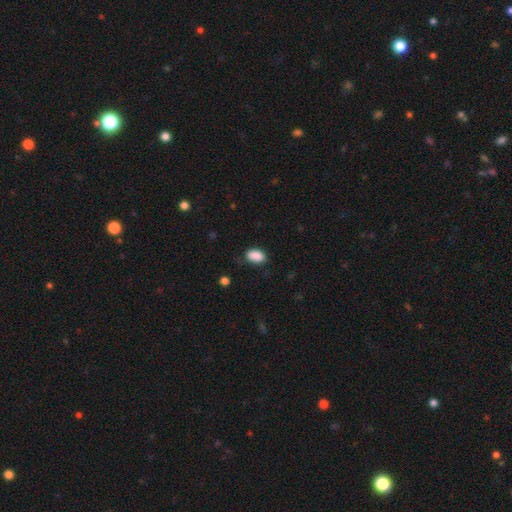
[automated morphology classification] smooth-or-featured: smooth: 88% | star or artifact: 7% | featured or disk: 4%
  how-rounded: in between: 91% | round: 7% | cigar-shaped: 2%
  merging: none: 72% | minor disturbance: 21% | major disturbance: 5% | merger: 1%